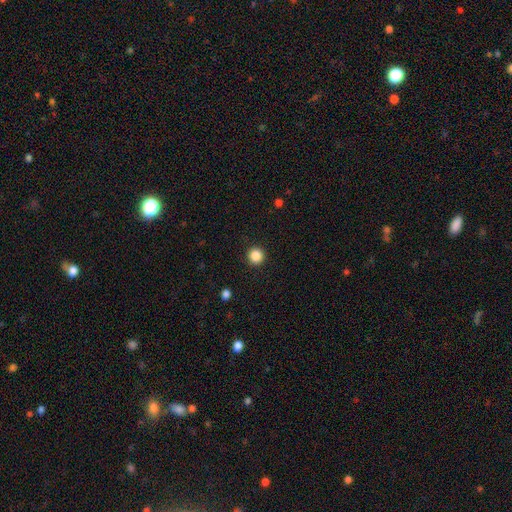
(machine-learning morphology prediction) The model was most divided on "smooth or featured": smooth: 86%, star or artifact: 10%, featured or disk: 3%. More confident: how rounded — round (96%); merging — none (93%).